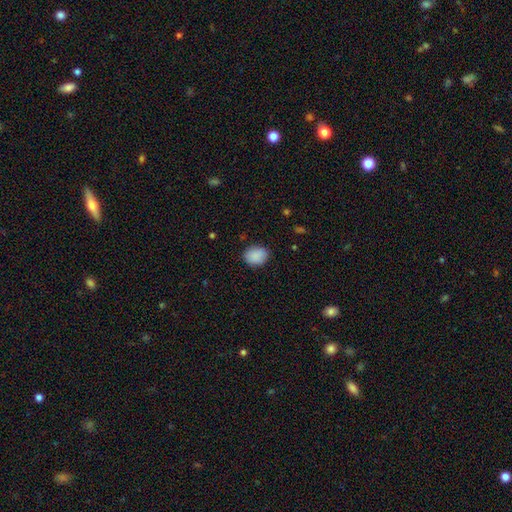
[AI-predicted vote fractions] Overall: smooth (90%). How rounded: in between (53%; round 46%). Merging: none (85%).